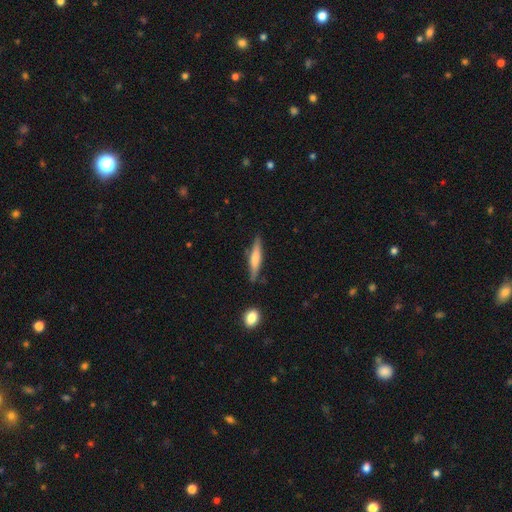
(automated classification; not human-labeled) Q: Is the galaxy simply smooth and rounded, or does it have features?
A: featured or disk — 47%, tied with smooth.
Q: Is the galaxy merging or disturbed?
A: none — 85%.